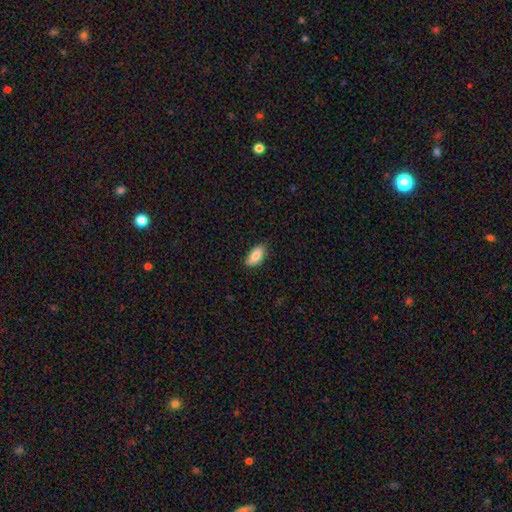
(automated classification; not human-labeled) smooth_or_featured: smooth (p=0.83) [alt: featured or disk p=0.10]
how_rounded: in between (p=0.90) [alt: cigar-shaped p=0.07]
merging: none (p=0.84) [alt: minor disturbance p=0.13]